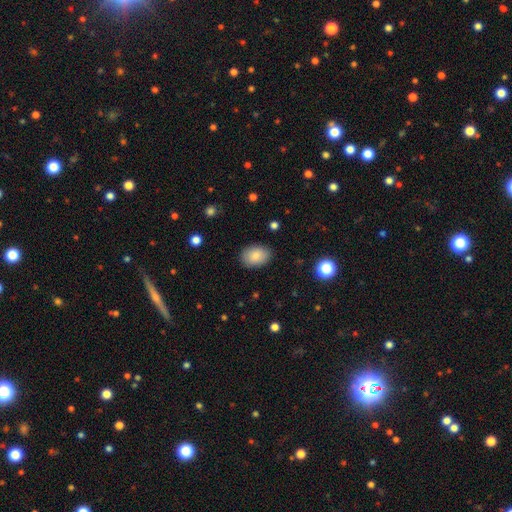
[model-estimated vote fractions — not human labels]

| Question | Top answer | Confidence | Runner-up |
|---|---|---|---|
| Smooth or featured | smooth | 85% | featured or disk (8%) |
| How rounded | in between | 82% | round (17%) |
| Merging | none | 86% | minor disturbance (10%) |